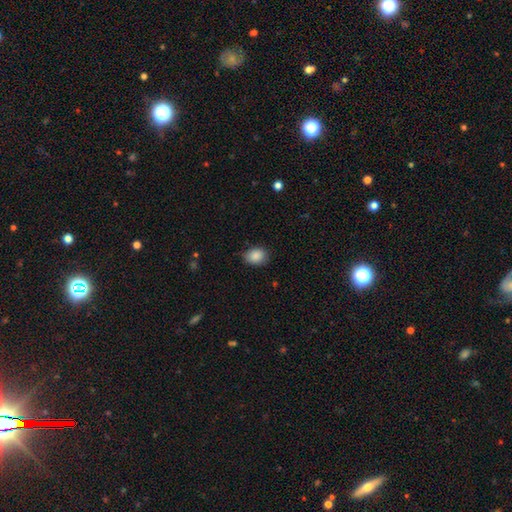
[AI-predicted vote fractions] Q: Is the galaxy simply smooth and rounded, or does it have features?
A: smooth — 88%.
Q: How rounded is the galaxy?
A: in between — 51%.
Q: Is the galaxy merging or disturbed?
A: none — 77%.